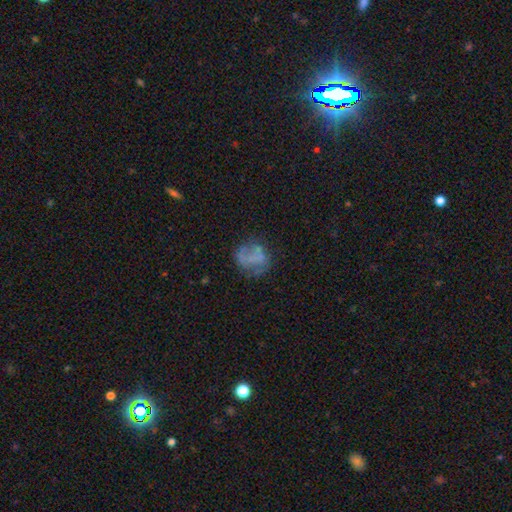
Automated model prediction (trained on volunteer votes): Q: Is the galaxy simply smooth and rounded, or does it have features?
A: featured or disk — 45%.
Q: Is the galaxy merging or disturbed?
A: none — 53%.